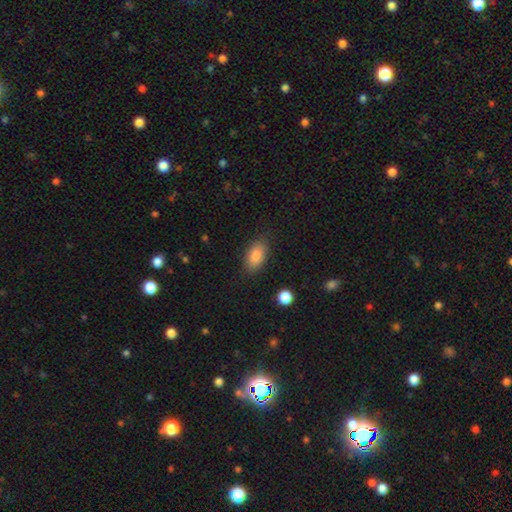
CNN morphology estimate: Smooth or featured: smooth — 84% (star or artifact — 8%)
How rounded: in between — 90% (round — 6%)
Merging: none — 84% (minor disturbance — 11%)